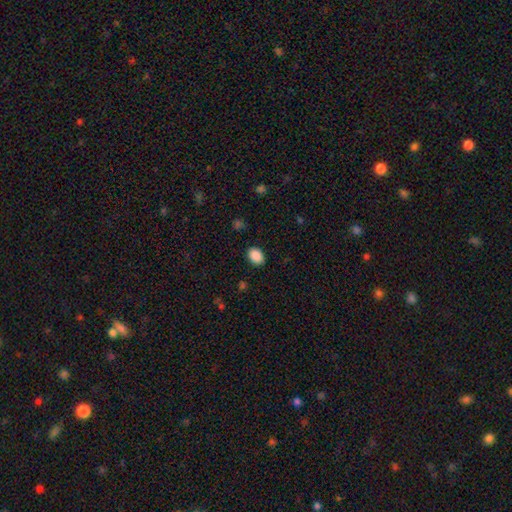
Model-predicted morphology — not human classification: This is clearly a smooth galaxy (89%). How rounded: likely in between (74%). Merging: clearly none (88%).